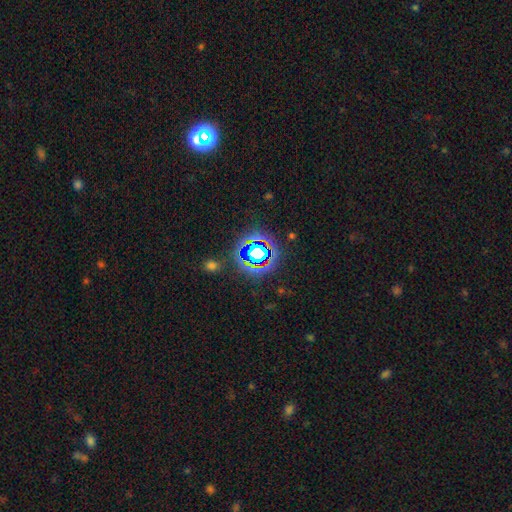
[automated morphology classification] A star or artifact, not a galaxy (67%).

Vote fractions:
- Smooth or featured? star or artifact: 67% / smooth: 20% / featured or disk: 14%